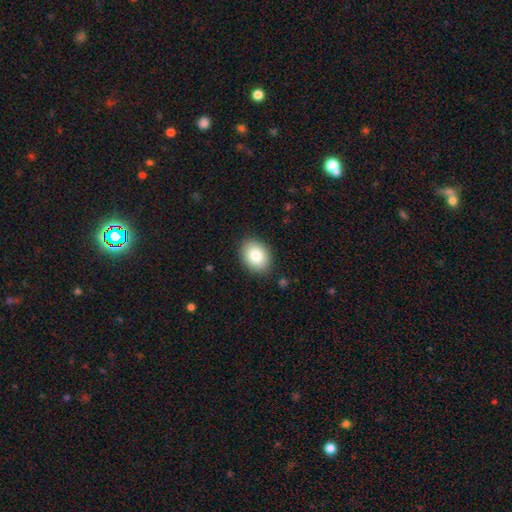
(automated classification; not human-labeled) This appears to be a smooth galaxy with no disk features (84%) that is in between round and cigar-shaped (68%). Merging: none (88%).